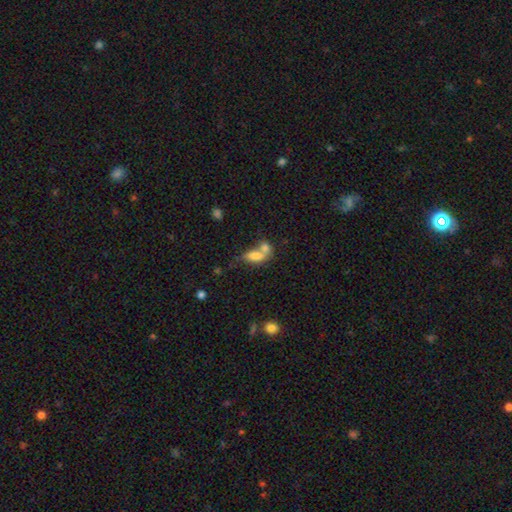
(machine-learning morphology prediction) A smooth galaxy with no disk features (77%) that is in between round and cigar-shaped (83%). Merging: merger (60%).